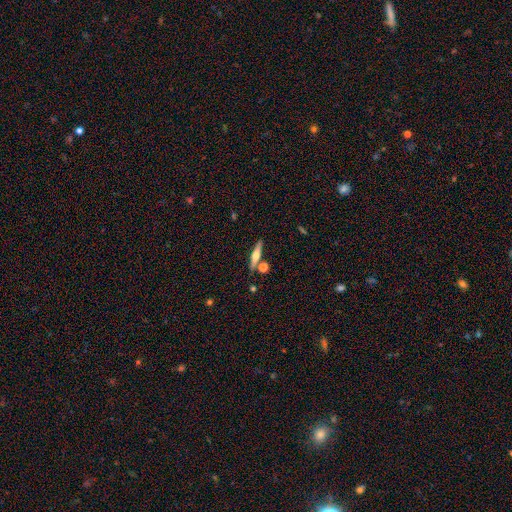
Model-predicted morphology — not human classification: Smooth or featured? Predicted: featured or disk (p=0.55). Edge-on disk? Predicted: yes (p=0.96). Edge-on bulge? Predicted: rounded (p=0.89). Merging? Predicted: none (p=0.79).